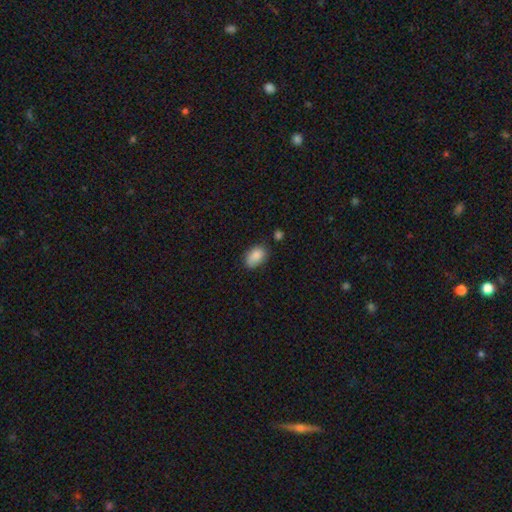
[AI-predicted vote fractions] A smooth galaxy with no disk features (87%) that is in between round and cigar-shaped (89%). Merging: none (70%).